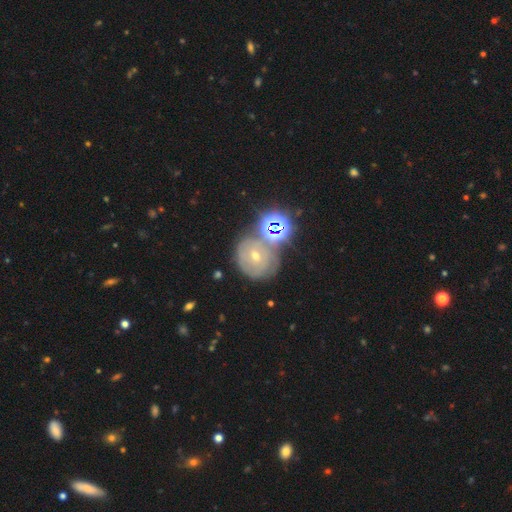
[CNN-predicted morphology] Overall: featured or disk (43%; smooth 34%). Merging: none (57%; merger 21%).